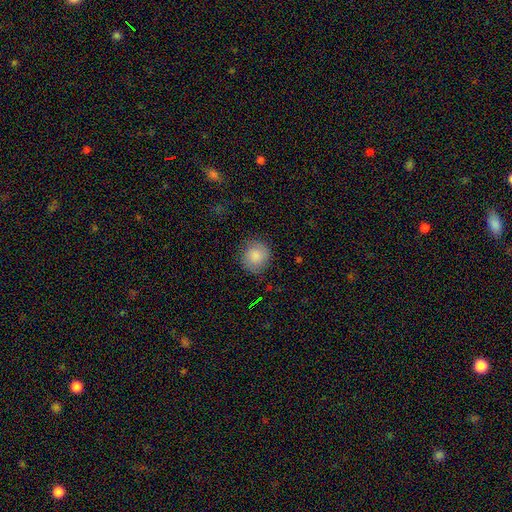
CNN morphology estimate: smooth_or_featured: smooth (p=0.84) [alt: star or artifact p=0.08]
how_rounded: round (p=0.87) [alt: in between p=0.12]
merging: none (p=0.82) [alt: minor disturbance p=0.13]